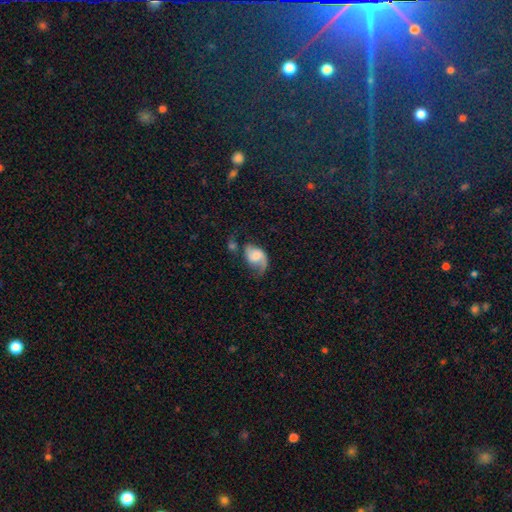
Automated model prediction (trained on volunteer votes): This appears to be a featured or disk galaxy (68%) with no bar (54%), 2 (67%) loose (48%) spiral arms (93%) and a moderate central bulge (36%). Merging: none (45%).